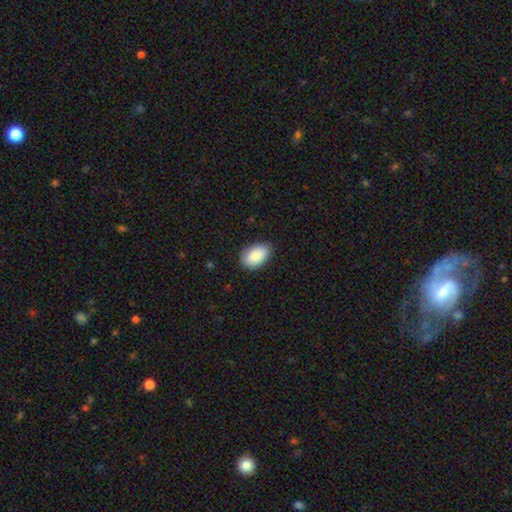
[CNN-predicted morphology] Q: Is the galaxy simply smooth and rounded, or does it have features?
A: smooth — 90%.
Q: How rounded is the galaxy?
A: in between — 91%.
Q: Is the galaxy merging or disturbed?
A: none — 83%.